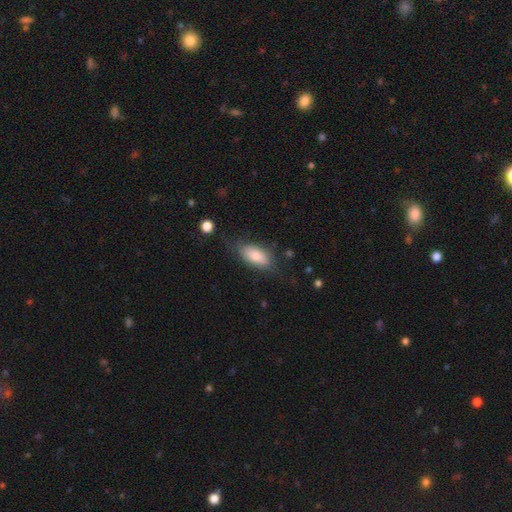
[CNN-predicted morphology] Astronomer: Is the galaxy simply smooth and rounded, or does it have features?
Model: smooth — 80%.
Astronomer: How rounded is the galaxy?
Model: in between — 90%.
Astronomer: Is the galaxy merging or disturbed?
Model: none — 64%.